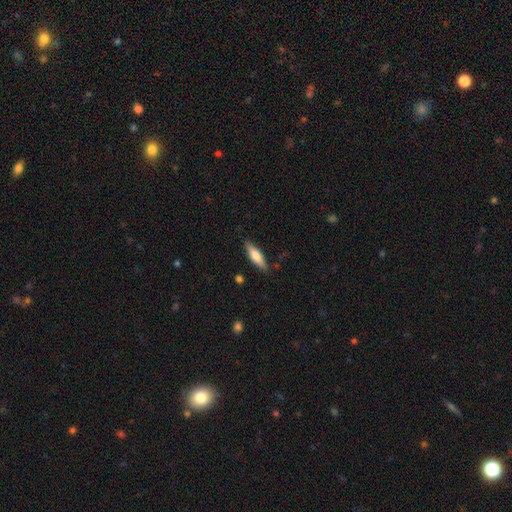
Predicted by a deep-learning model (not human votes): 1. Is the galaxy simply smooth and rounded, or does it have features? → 67% smooth, 27% featured or disk, 6% star or artifact.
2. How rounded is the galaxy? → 55% cigar-shaped, 43% in between, 2% round.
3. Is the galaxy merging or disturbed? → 85% none, 11% minor disturbance, 2% major disturbance, 2% merger.